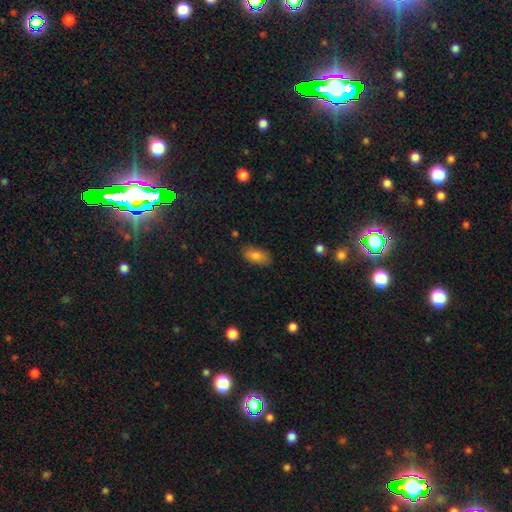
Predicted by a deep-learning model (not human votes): smooth 83%, featured or disk 9%, star or artifact 8%. Down the decision tree: how rounded — in between (91%); merging — none (83%).